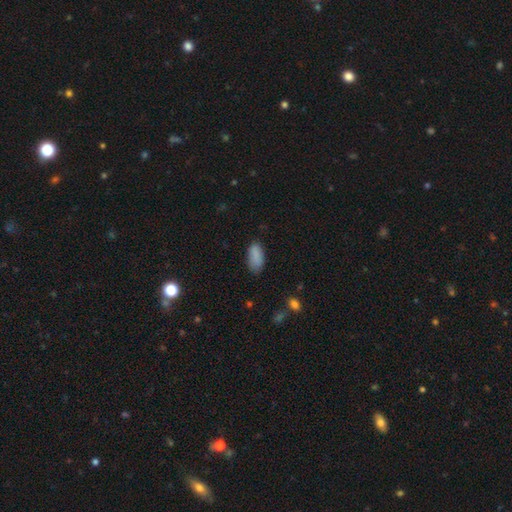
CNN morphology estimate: type=smooth (87%); roundness=in between (91%); merging=none (72%).